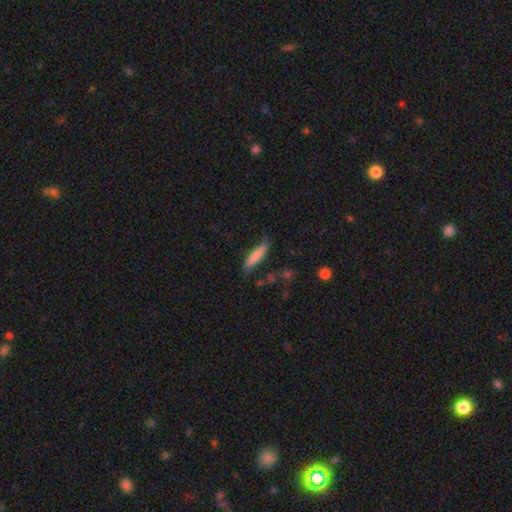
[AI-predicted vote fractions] The model was most divided on "merging": none: 67%, minor disturbance: 24%, major disturbance: 6%, merger: 3%. More confident: how rounded — cigar-shaped (76%); smooth or featured — smooth (72%).